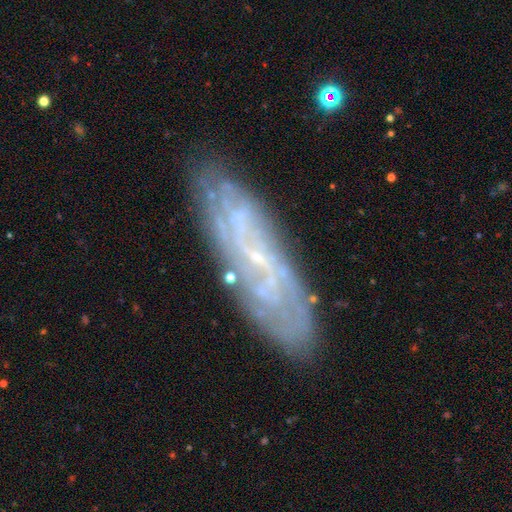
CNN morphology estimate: type=featured or disk (73%); edge-on=no (78%); bar=no (56%); spiral arms=yes (76%); bulge=small (75%); merging=none (79%).